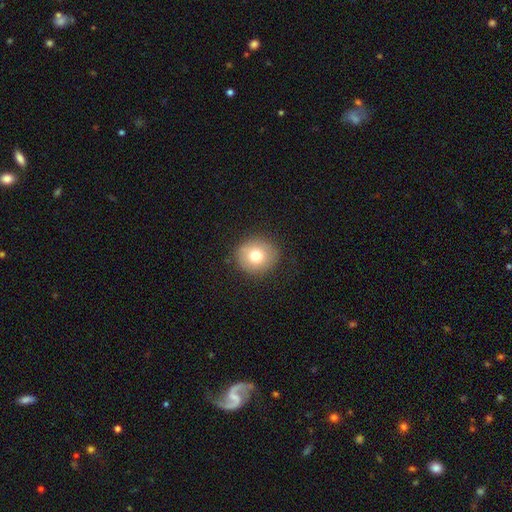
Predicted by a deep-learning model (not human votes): Overall: smooth (74%). How rounded: round (86%). Merging: none (88%).